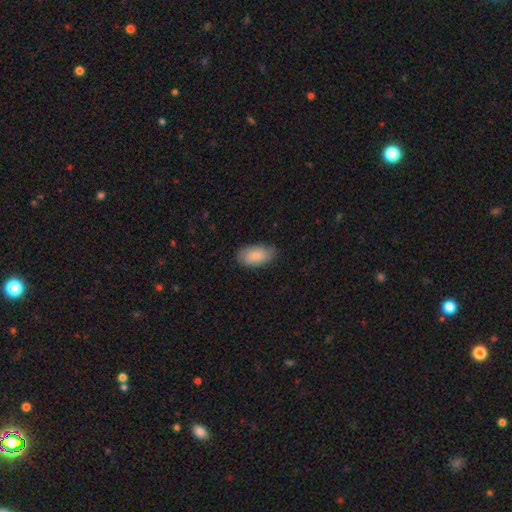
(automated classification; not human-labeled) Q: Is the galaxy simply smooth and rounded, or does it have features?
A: smooth — 83%.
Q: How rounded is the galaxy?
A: in between — 94%.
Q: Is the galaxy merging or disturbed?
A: none — 79%.